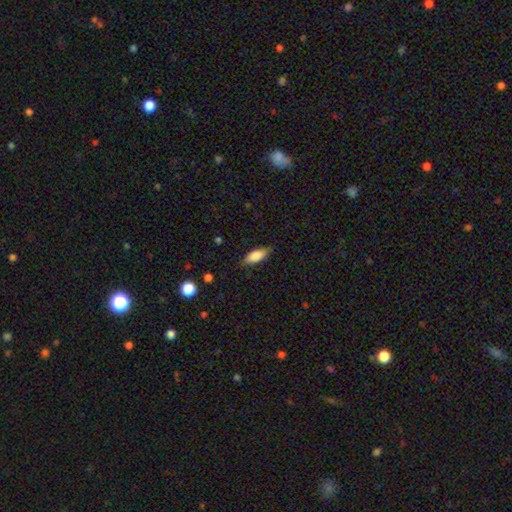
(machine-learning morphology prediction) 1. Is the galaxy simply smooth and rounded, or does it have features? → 81% smooth, 13% featured or disk, 7% star or artifact.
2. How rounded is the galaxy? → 75% in between, 23% cigar-shaped, 2% round.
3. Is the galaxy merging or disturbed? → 81% none, 15% minor disturbance, 3% major disturbance, 1% merger.